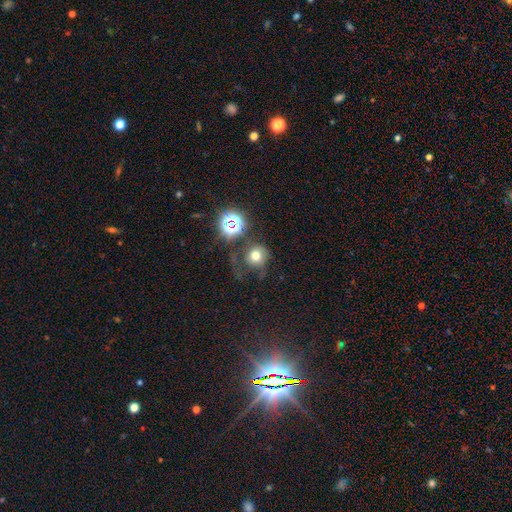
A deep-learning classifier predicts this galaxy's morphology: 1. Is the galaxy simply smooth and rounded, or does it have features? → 65% smooth, 20% star or artifact, 14% featured or disk.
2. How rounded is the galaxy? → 85% round, 14% in between, 1% cigar-shaped.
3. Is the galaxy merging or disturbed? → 47% none, 24% major disturbance, 21% minor disturbance, 8% merger.